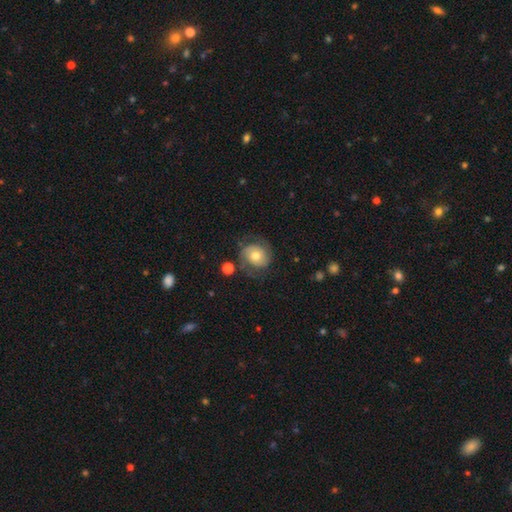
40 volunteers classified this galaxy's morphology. Volunteers were most divided on "spiral winding": medium: 50%, loose: 32%, tight: 18%. More confident: spiral arm count — 2 (100%); spiral arms — yes (96%); edge-on disk — no (92%); bar — no (83%); smooth or featured — featured or disk (62%); merging — none (62%); bulge size — moderate (57%).